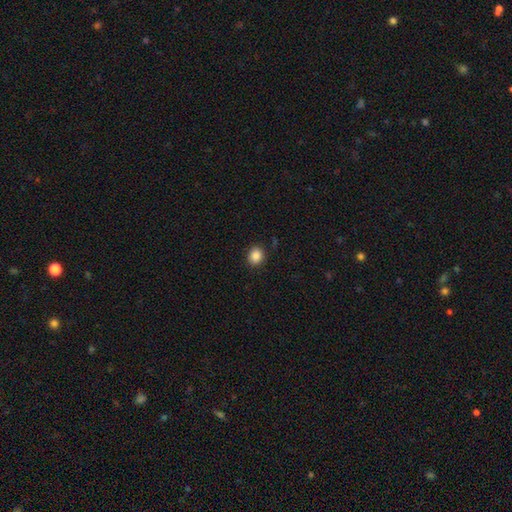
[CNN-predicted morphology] Overall: smooth (88%). How rounded: round (68%; in between 31%). Merging: none (89%).